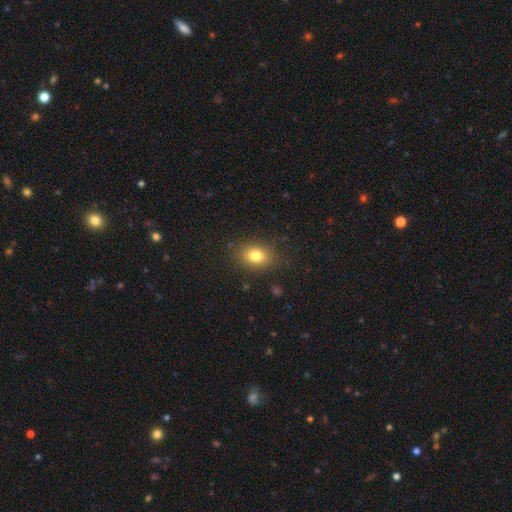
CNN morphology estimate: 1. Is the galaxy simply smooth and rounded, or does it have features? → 80% smooth, 11% star or artifact, 9% featured or disk.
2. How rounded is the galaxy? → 67% in between, 31% round, 1% cigar-shaped.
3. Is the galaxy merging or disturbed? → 83% none, 12% minor disturbance, 4% major disturbance, 1% merger.